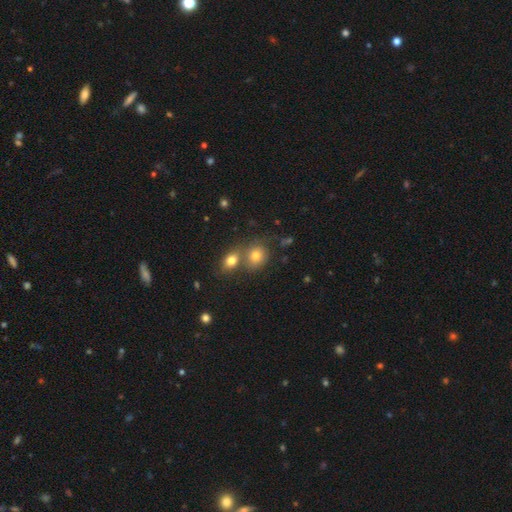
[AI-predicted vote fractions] Smooth or featured: smooth — 77% (star or artifact — 11%)
How rounded: round — 65% (in between — 34%)
Merging: none — 46% (merger — 40%)